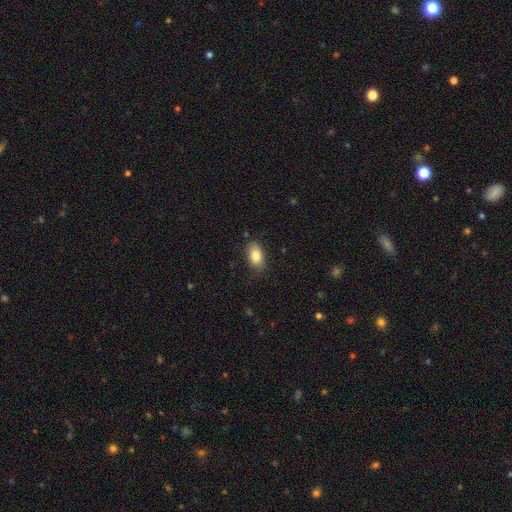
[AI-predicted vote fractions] A smooth galaxy with no disk features (84%) that is in between round and cigar-shaped (91%). Merging: none (81%).